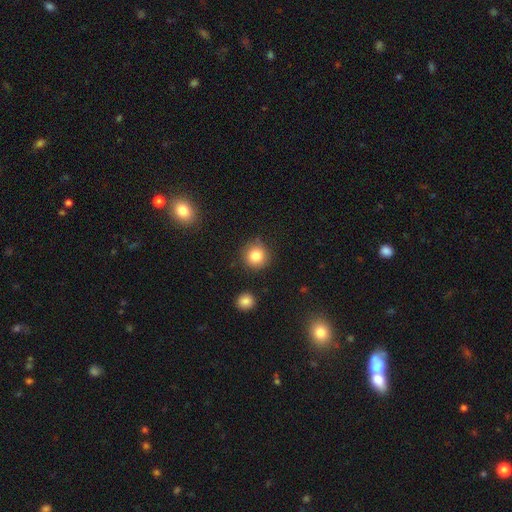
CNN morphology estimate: smooth-or-featured: smooth: 83% | star or artifact: 10% | featured or disk: 6%
  how-rounded: round: 93% | in between: 6% | cigar-shaped: 1%
  merging: none: 85% | minor disturbance: 9% | merger: 3% | major disturbance: 3%